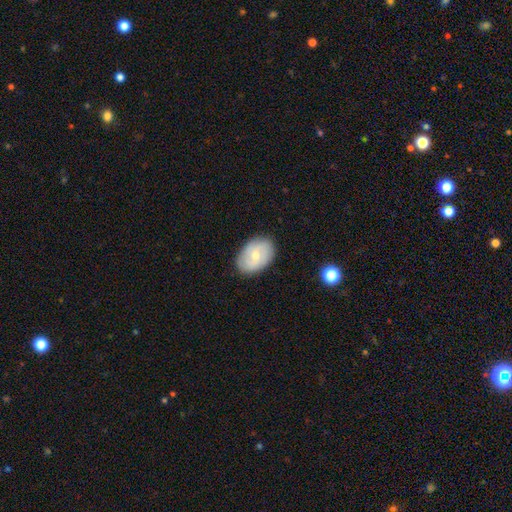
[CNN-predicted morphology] smooth_or_featured: smooth (p=0.52) [alt: featured or disk p=0.41]
how_rounded: in between (p=0.81) [alt: round p=0.18]
merging: none (p=0.85) [alt: minor disturbance p=0.12]